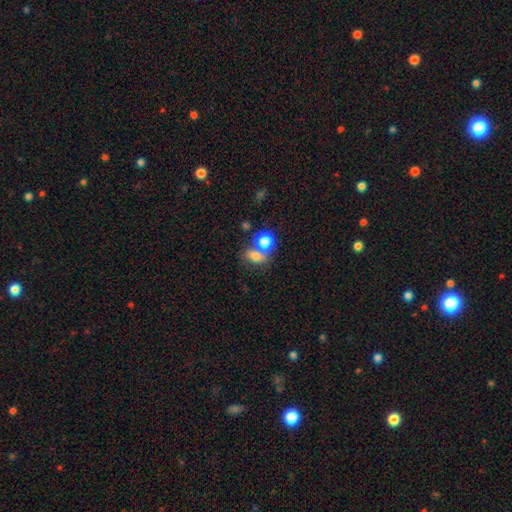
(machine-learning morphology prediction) smooth-or-featured: smooth: 74% | star or artifact: 13% | featured or disk: 13%
  how-rounded: in between: 62% | round: 35% | cigar-shaped: 3%
  merging: merger: 42% | none: 41% | minor disturbance: 11% | major disturbance: 6%